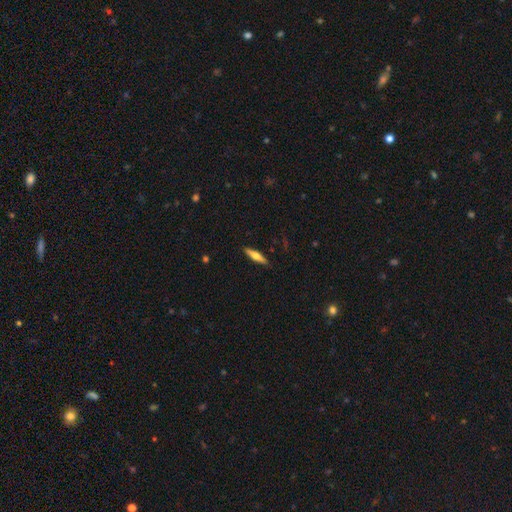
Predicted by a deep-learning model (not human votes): This appears to be a smooth galaxy with no disk features (51%) that is cigar-shaped (79%). Merging: none (90%).